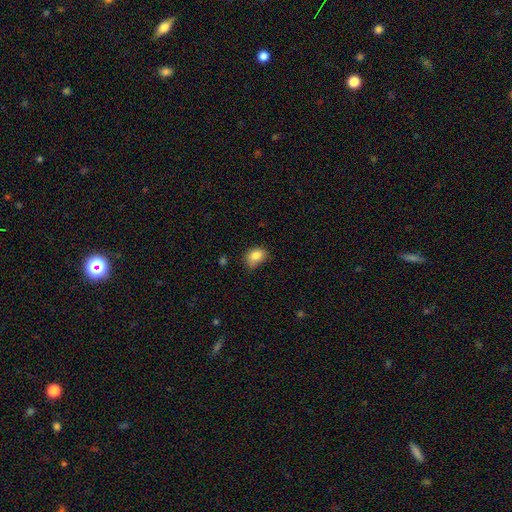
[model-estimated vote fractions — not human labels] smooth_or_featured: smooth (p=0.85) [alt: star or artifact p=0.09]
how_rounded: in between (p=0.73) [alt: round p=0.26]
merging: none (p=0.63) [alt: minor disturbance p=0.30]